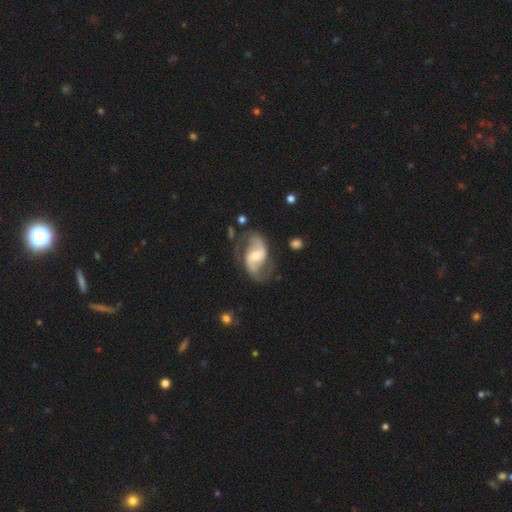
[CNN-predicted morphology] Overall: featured or disk (85%). Edge-on disk: no (97%). Bar: weak (44%; no 35%). Spiral arms: yes (94%). Spiral arm count: 2 (91%). Spiral winding: loose (47%; medium 41%). Bulge size: moderate (57%; small 34%). Merging: none (68%).